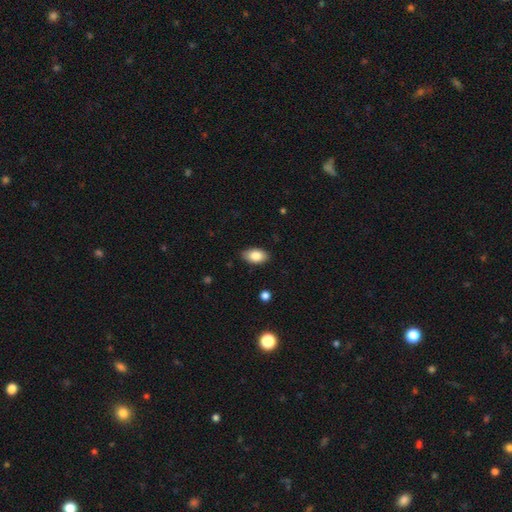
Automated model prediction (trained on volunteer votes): Morphology: type=smooth (85%); roundness=in between (93%); merging=none (86%).